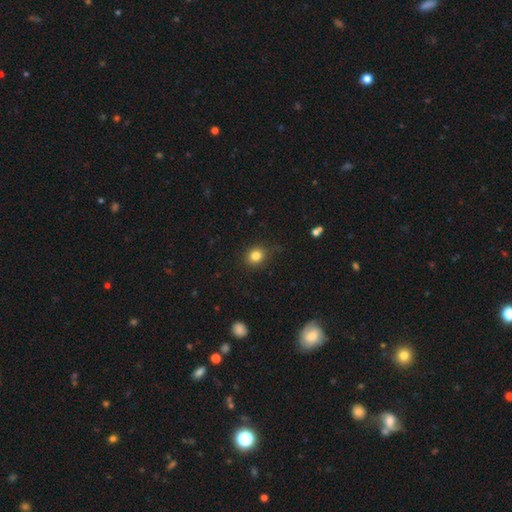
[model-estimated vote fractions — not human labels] Q: Smooth or featured?
A: smooth (83%); runner-up: star or artifact (12%)
Q: How rounded?
A: round (76%); runner-up: in between (23%)
Q: Merging?
A: none (84%); runner-up: minor disturbance (11%)